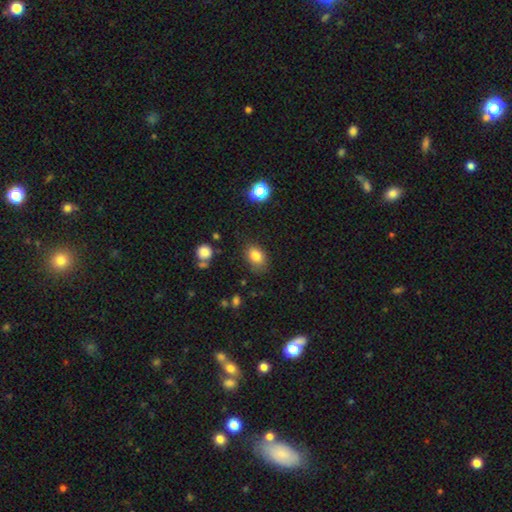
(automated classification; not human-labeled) Smooth or featured? Predicted: smooth (p=0.82). How rounded? Predicted: in between (p=0.74). Merging? Predicted: none (p=0.75).